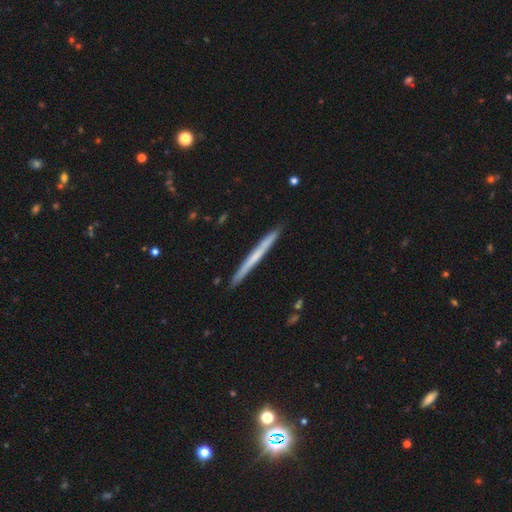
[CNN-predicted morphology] This appears to be a smooth galaxy with no disk features (49%). Merging: none (91%).